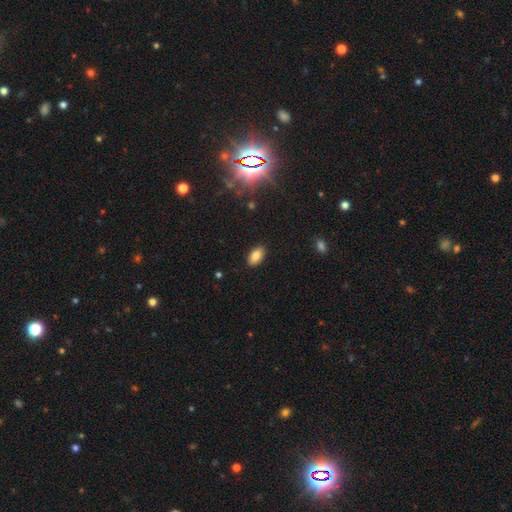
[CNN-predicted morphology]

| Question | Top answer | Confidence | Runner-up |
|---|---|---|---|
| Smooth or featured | smooth | 84% | star or artifact (9%) |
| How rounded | in between | 93% | round (5%) |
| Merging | none | 89% | minor disturbance (8%) |